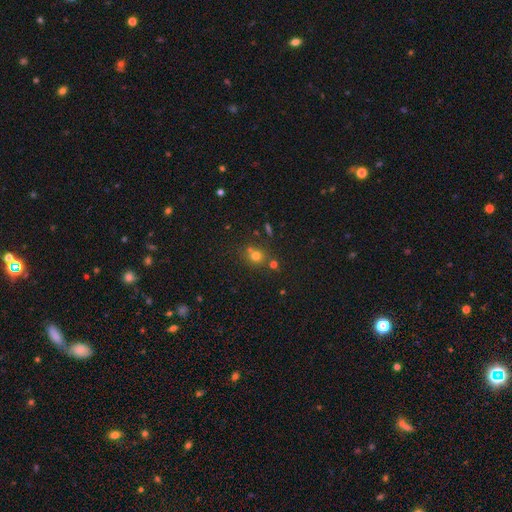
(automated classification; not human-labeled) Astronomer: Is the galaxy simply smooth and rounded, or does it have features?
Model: smooth — 68%.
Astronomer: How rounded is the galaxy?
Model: round — 82%.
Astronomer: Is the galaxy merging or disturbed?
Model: none — 64%.